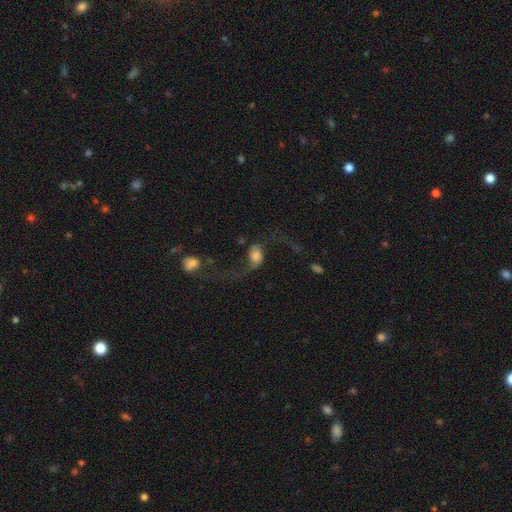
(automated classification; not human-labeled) Smooth or featured? featured or disk (64%)
Edge-on disk? no (95%)
Bar? no (63%)
Spiral arms? yes (88%)
Spiral winding? loose (93%)
Spiral arm count? 2 (90%)
Bulge size? moderate (30%, tied with large)
Merging? none (38%)